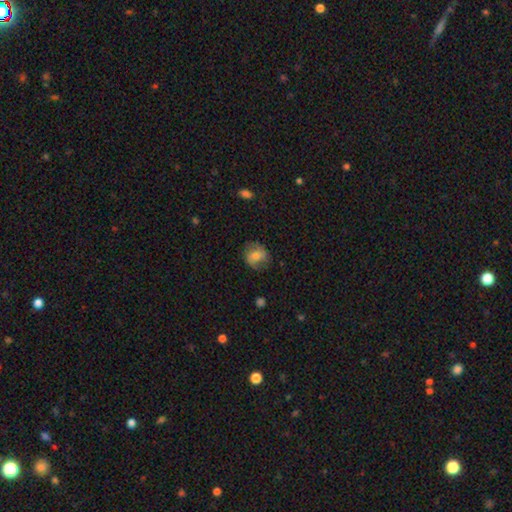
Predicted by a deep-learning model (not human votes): Smooth or featured? smooth (56%)
How rounded? round (70%)
Merging? none (71%)